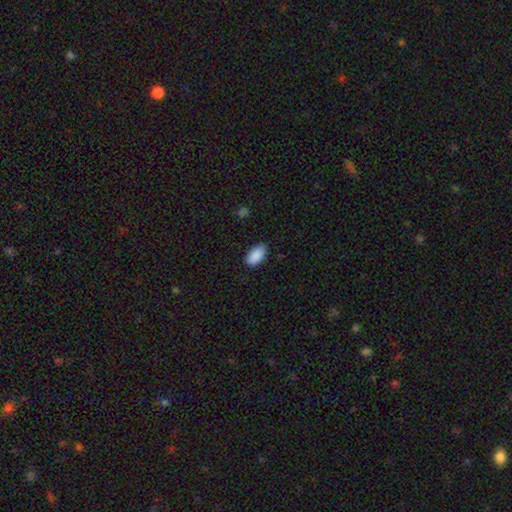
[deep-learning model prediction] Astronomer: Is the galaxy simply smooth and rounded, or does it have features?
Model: smooth — 90%.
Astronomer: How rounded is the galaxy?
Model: in between — 95%.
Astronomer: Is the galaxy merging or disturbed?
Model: none — 84%.